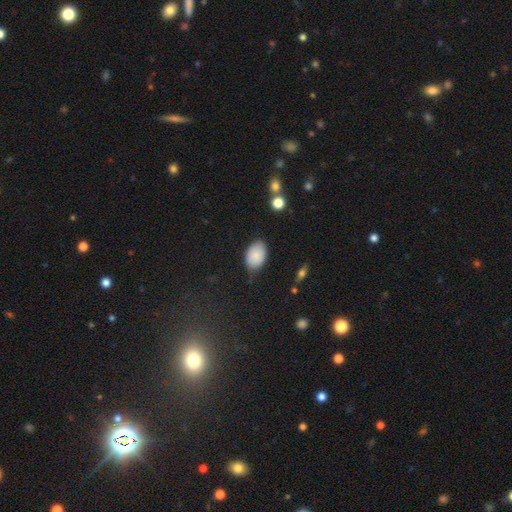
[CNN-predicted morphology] A smooth galaxy with no disk features (86%) that is in between round and cigar-shaped (90%).

Vote fractions:
- Smooth or featured? smooth: 86% / star or artifact: 7% / featured or disk: 6%
- How rounded? in between: 90% / round: 9% / cigar-shaped: 1%
- Merging? none: 74% / minor disturbance: 21% / major disturbance: 4% / merger: 2%